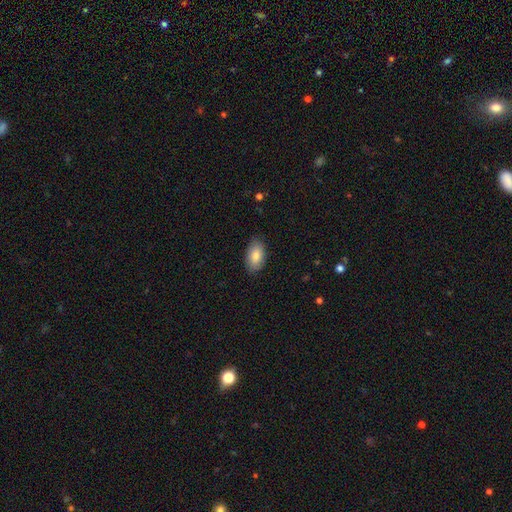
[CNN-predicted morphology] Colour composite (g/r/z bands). It shows a smooth galaxy with no disk features (82%) that is in between round and cigar-shaped (93%). Merging: none (84%).